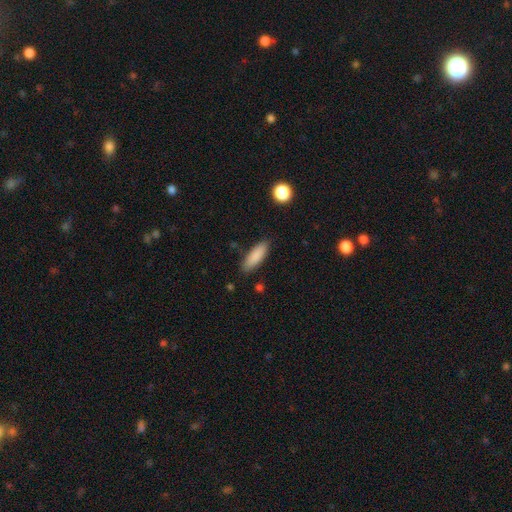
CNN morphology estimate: The model was most divided on "how rounded": in between: 56%, cigar-shaped: 43%, round: 2%. More confident: smooth or featured — smooth (87%); merging — none (85%).